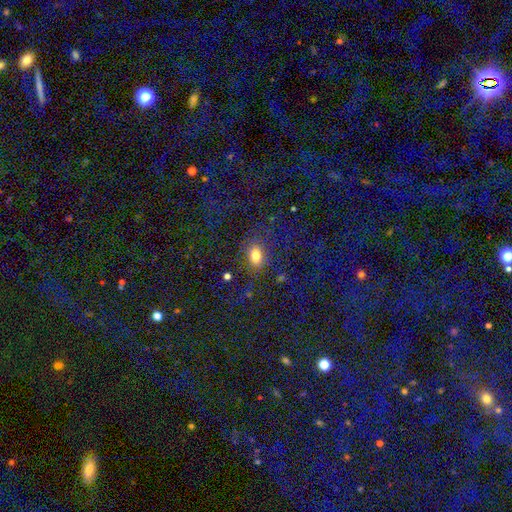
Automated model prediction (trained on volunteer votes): The model was most divided on "how rounded": in between: 74%, round: 23%, cigar-shaped: 3%. More confident: smooth or featured — smooth (72%); merging — none (71%).